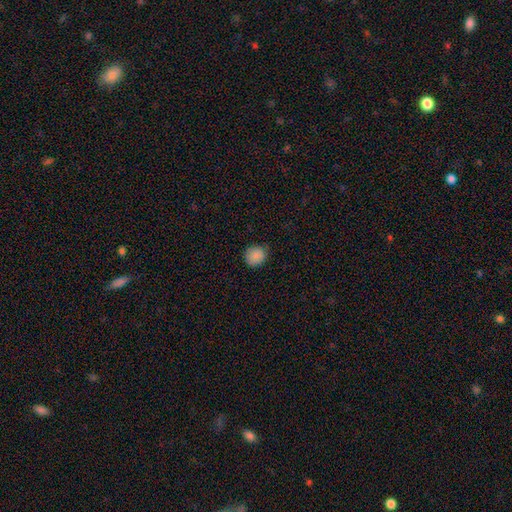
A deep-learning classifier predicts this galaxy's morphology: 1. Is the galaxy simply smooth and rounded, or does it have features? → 88% smooth, 9% star or artifact, 4% featured or disk.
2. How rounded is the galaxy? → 82% round, 17% in between, 1% cigar-shaped.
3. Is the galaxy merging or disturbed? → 82% none, 14% minor disturbance, 3% major disturbance, 1% merger.